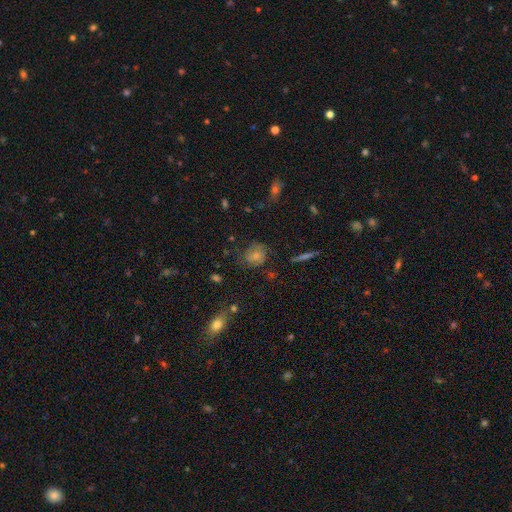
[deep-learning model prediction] A smooth galaxy with no disk features (61%) that is round (71%). Merging: none (64%).